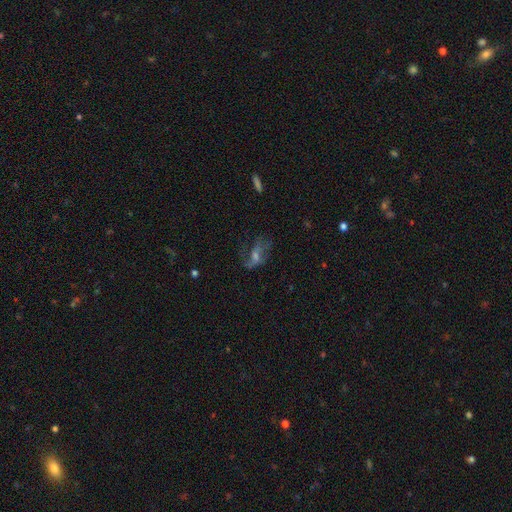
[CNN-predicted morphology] This is possibly a featured or disk galaxy (60%). It is clearly not viewed edge-on (91%). Bar: possibly no (53%). Spiral arm pattern: likely yes (64%). Central bulge: possibly small (47%). Merging: possibly none (49%).